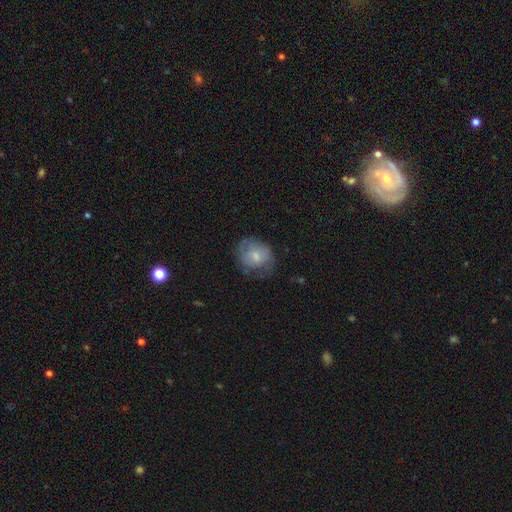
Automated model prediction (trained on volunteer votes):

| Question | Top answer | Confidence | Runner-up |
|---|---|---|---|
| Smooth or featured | smooth | 62% | featured or disk (31%) |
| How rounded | round | 70% | in between (29%) |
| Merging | none | 56% | minor disturbance (28%) |